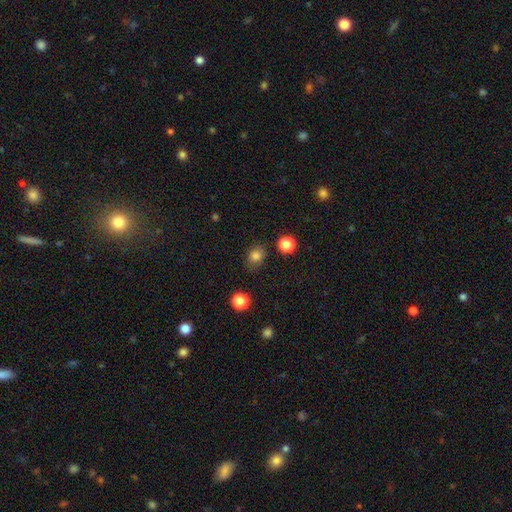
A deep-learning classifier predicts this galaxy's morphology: This appears to be a smooth galaxy with no disk features (81%) that is round (54%). Merging: none (81%).